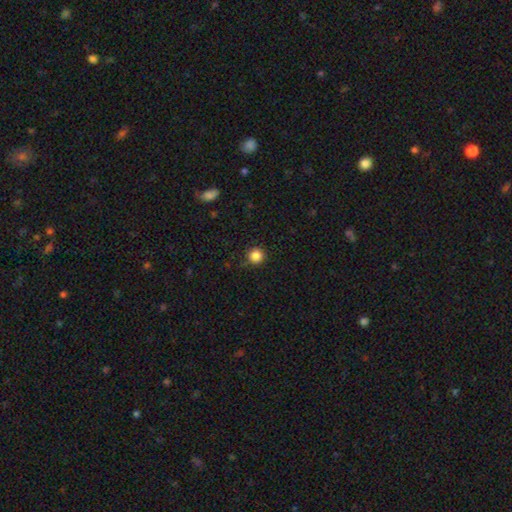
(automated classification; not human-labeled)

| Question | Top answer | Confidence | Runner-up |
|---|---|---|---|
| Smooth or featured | smooth | 84% | star or artifact (12%) |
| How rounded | round | 95% | in between (4%) |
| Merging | none | 86% | minor disturbance (10%) |